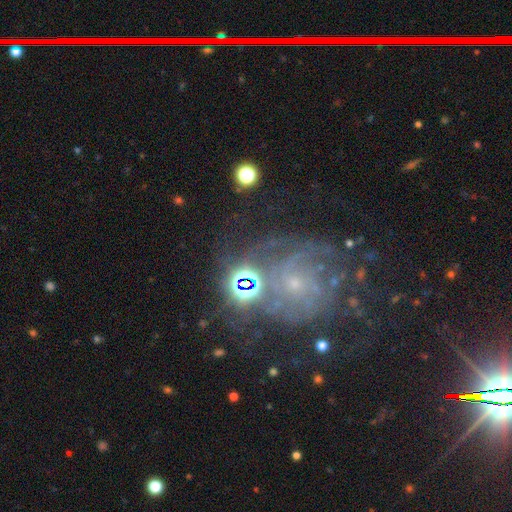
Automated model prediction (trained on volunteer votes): Morphology: type=featured or disk (63%); edge-on=no (95%); bar=no (74%); spiral arms=yes (88%); winding=tight (65%); arm count=can't tell (42%); bulge=small (80%); merging=none (60%).